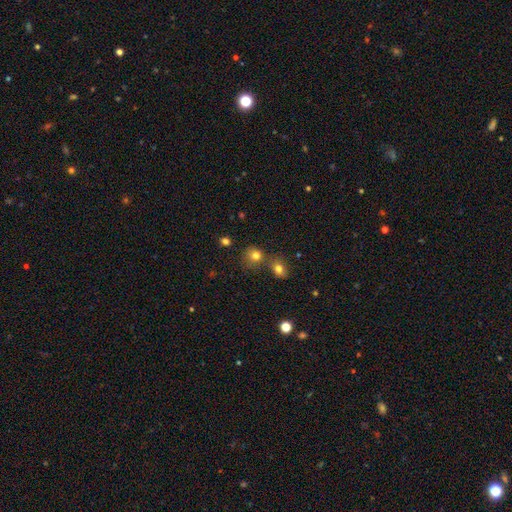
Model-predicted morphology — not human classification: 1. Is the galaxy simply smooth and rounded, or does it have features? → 77% smooth, 15% star or artifact, 8% featured or disk.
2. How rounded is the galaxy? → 80% round, 19% in between, 1% cigar-shaped.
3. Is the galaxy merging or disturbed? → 58% none, 26% merger, 12% minor disturbance, 5% major disturbance.